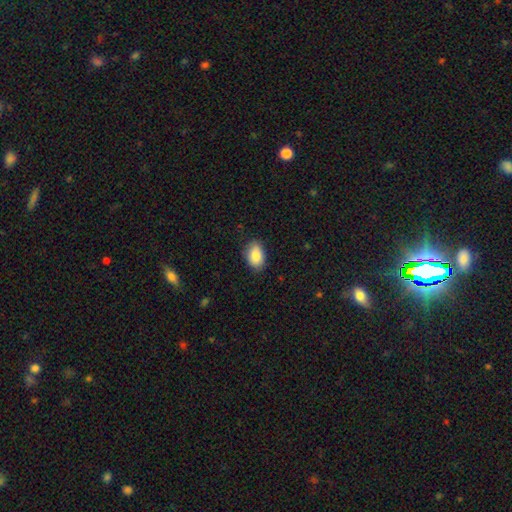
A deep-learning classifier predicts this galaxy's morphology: Q: Smooth or featured?
A: smooth (86%); runner-up: featured or disk (7%)
Q: How rounded?
A: in between (90%); runner-up: round (9%)
Q: Merging?
A: none (83%); runner-up: minor disturbance (13%)